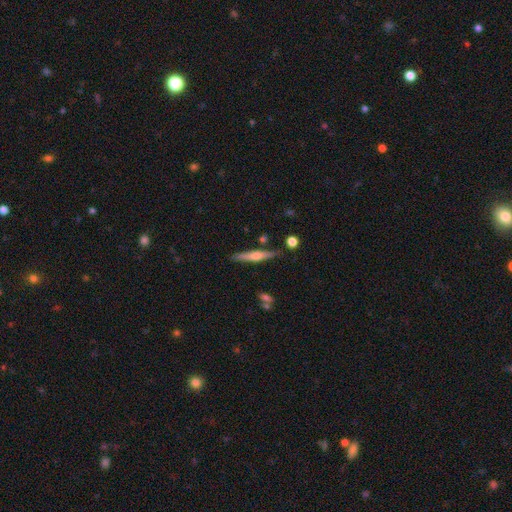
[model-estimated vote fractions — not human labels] Overall: featured or disk (62%; smooth 32%). Edge-on disk: yes (97%). Edge-on bulge: rounded (80%). Merging: none (85%).